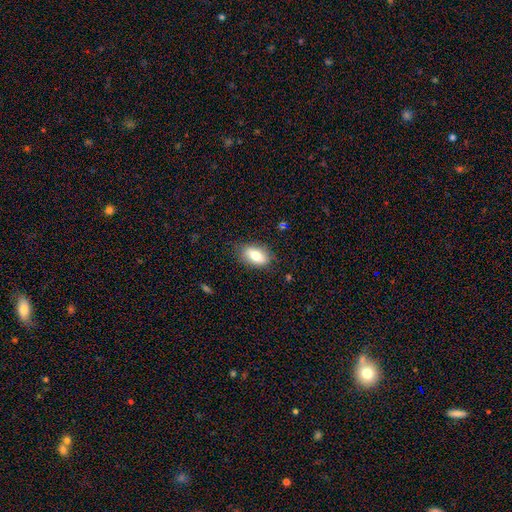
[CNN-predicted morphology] A smooth galaxy with no disk features (75%) that is in between round and cigar-shaped (89%).

Vote fractions:
- Smooth or featured? smooth: 75% / featured or disk: 17% / star or artifact: 8%
- How rounded? in between: 89% / round: 8% / cigar-shaped: 3%
- Merging? none: 81% / minor disturbance: 15% / major disturbance: 3% / merger: 1%